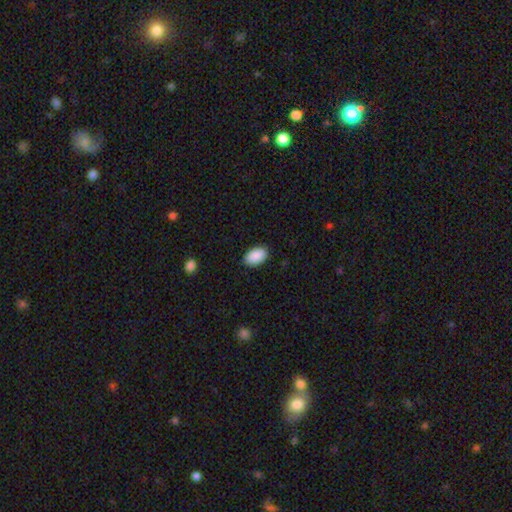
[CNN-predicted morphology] This appears to be a smooth galaxy with no disk features (91%) that is in between round and cigar-shaped (93%). Merging: none (87%).